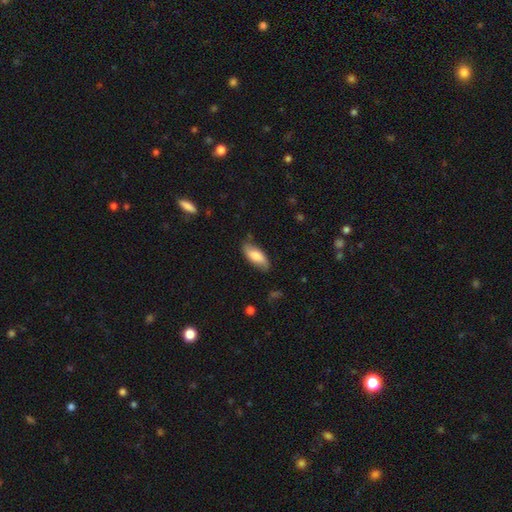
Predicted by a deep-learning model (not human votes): A smooth galaxy with no disk features (73%) that is in between round and cigar-shaped (82%).

Vote fractions:
- Smooth or featured? smooth: 73% / featured or disk: 21% / star or artifact: 6%
- How rounded? in between: 82% / cigar-shaped: 15% / round: 2%
- Merging? none: 74% / minor disturbance: 20% / major disturbance: 4% / merger: 2%